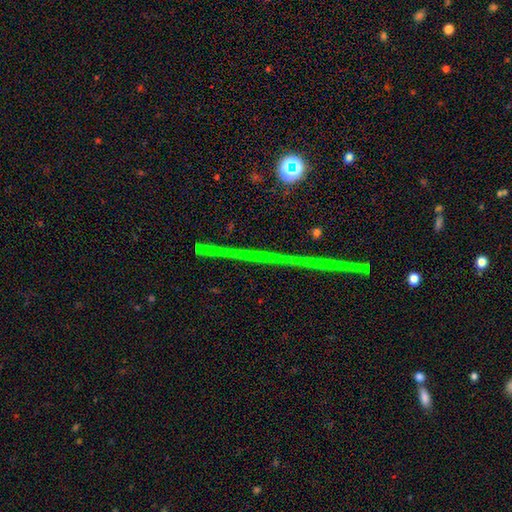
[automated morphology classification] A star or artifact, not a galaxy (76%).

Vote fractions:
- Smooth or featured? star or artifact: 76% / featured or disk: 15% / smooth: 9%